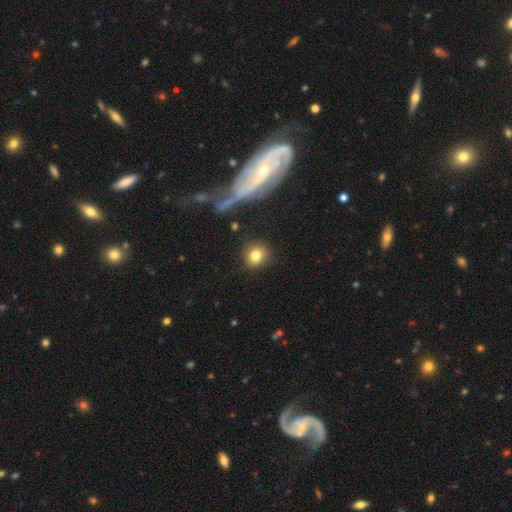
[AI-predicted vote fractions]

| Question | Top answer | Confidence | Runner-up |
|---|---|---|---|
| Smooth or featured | smooth | 80% | star or artifact (10%) |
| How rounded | round | 81% | in between (17%) |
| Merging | none | 83% | minor disturbance (11%) |